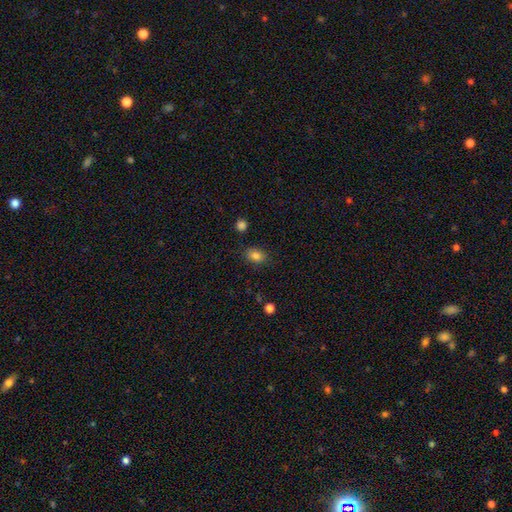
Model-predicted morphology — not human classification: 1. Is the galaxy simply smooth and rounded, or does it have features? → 84% smooth, 10% star or artifact, 5% featured or disk.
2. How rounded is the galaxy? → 78% in between, 21% round, 2% cigar-shaped.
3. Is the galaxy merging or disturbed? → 83% none, 12% minor disturbance, 3% major disturbance, 2% merger.